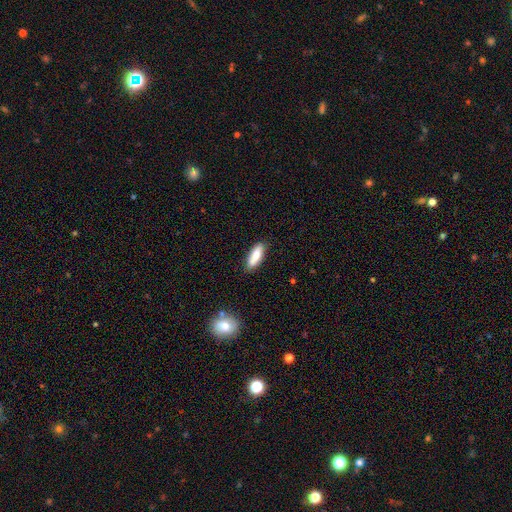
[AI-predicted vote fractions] The model was most divided on "how rounded": in between: 57%, cigar-shaped: 41%, round: 2%. More confident: merging — none (84%); smooth or featured — smooth (78%).